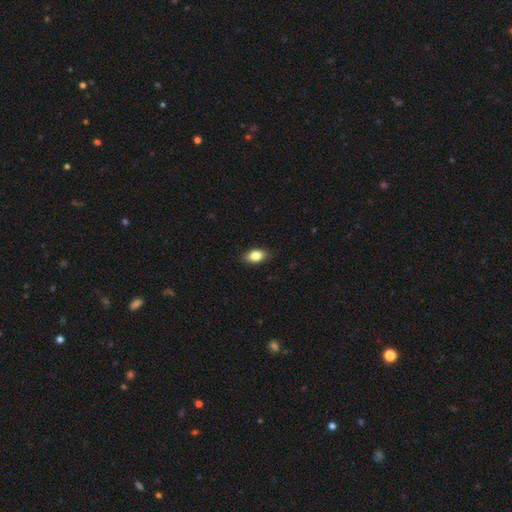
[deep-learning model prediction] Smooth or featured?
  - smooth: 84% *
  - featured or disk: 9%
  - star or artifact: 8%
How rounded?
  - in between: 87% *
  - round: 9%
  - cigar-shaped: 3%
Merging?
  - none: 87% *
  - minor disturbance: 10%
  - major disturbance: 2%
  - merger: 1%